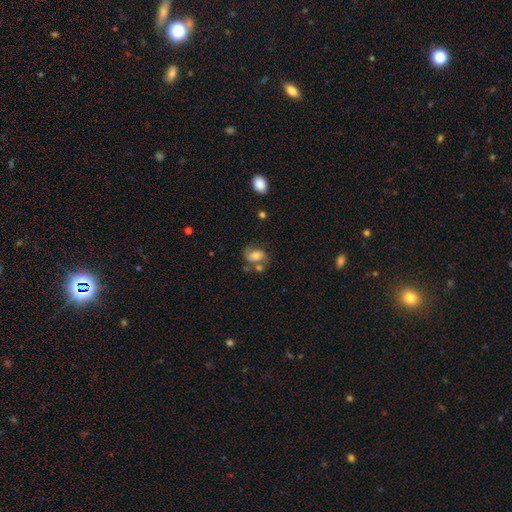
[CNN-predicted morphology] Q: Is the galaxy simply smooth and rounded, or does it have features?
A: smooth — 55%.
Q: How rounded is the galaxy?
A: in between — 77%.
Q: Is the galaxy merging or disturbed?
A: none — 47%.